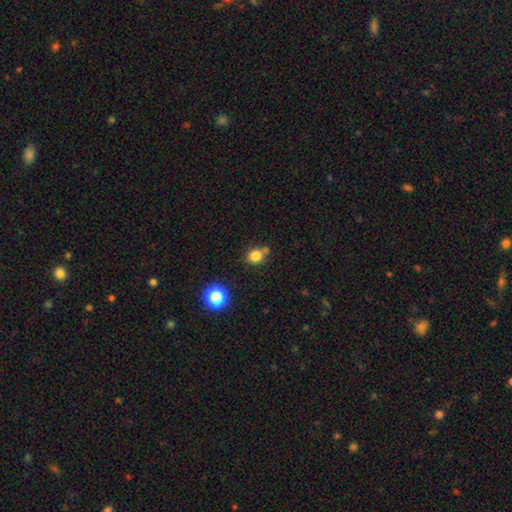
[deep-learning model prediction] This is clearly a smooth galaxy (81%). How rounded: likely round (74%). Merging: likely none (64%).